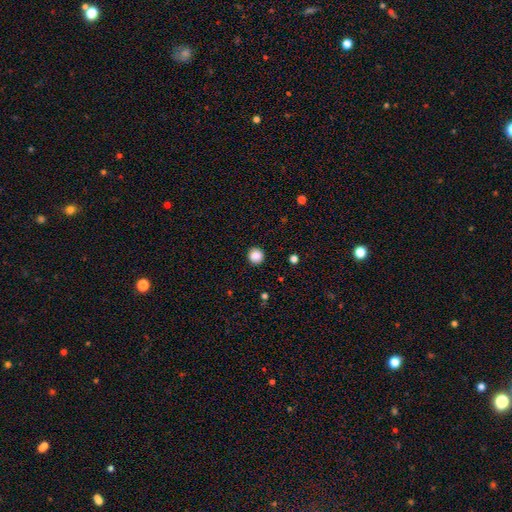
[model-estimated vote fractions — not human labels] This is clearly a smooth galaxy (87%). How rounded: clearly round (95%). Merging: clearly none (93%).